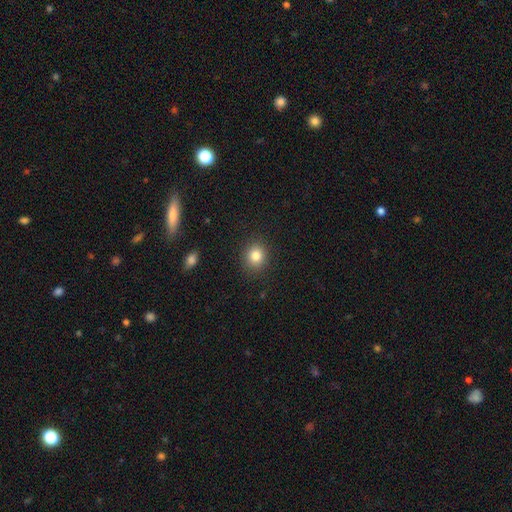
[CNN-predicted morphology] Q: Smooth or featured?
A: smooth (83%); runner-up: star or artifact (11%)
Q: How rounded?
A: round (79%); runner-up: in between (20%)
Q: Merging?
A: none (89%); runner-up: minor disturbance (7%)